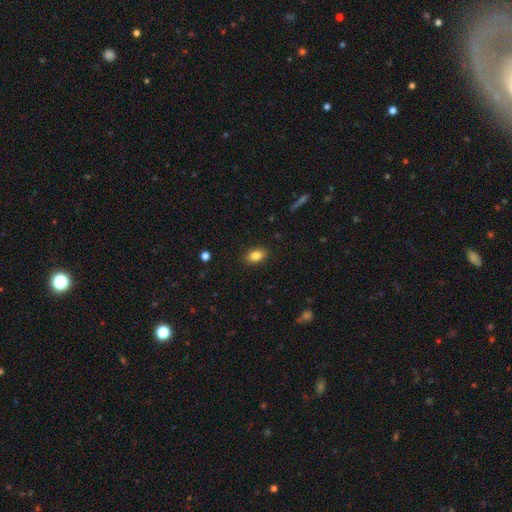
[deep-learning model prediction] A smooth galaxy with no disk features (84%) that is in between round and cigar-shaped (85%). Merging: none (88%).